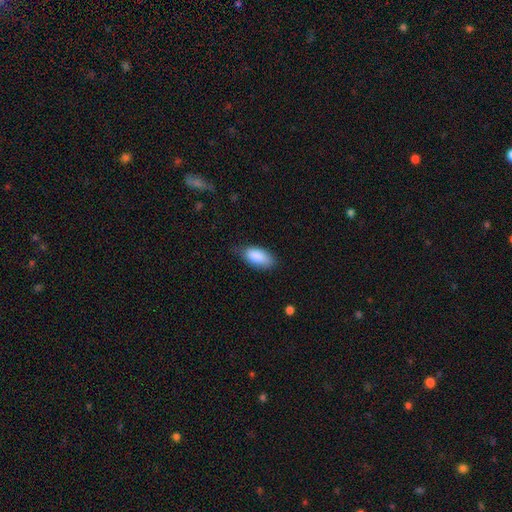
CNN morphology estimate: Smooth or featured? Predicted: smooth (p=0.87). How rounded? Predicted: in between (p=0.91). Merging? Predicted: none (p=0.70).